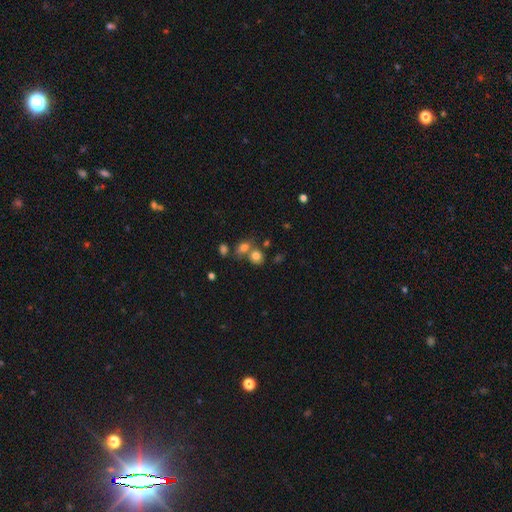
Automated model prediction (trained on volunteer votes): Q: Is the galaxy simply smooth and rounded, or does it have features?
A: smooth — 76%.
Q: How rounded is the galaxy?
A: round — 73%.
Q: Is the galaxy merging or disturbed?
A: none — 47%.